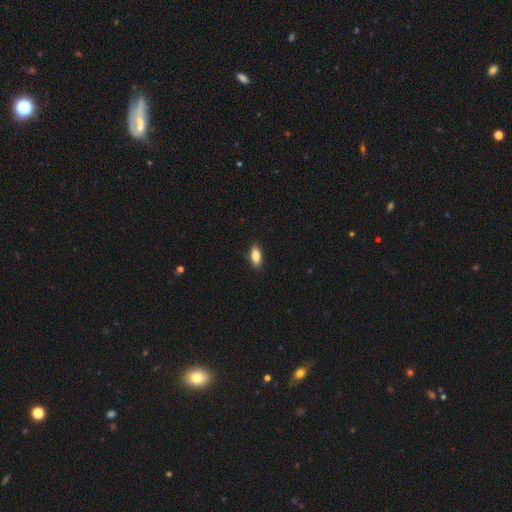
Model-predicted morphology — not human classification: A smooth galaxy with no disk features (85%) that is in between round and cigar-shaped (84%).

Vote fractions:
- Smooth or featured? smooth: 85% / featured or disk: 9% / star or artifact: 7%
- How rounded? in between: 84% / cigar-shaped: 13% / round: 3%
- Merging? none: 88% / minor disturbance: 10% / major disturbance: 2% / merger: 1%